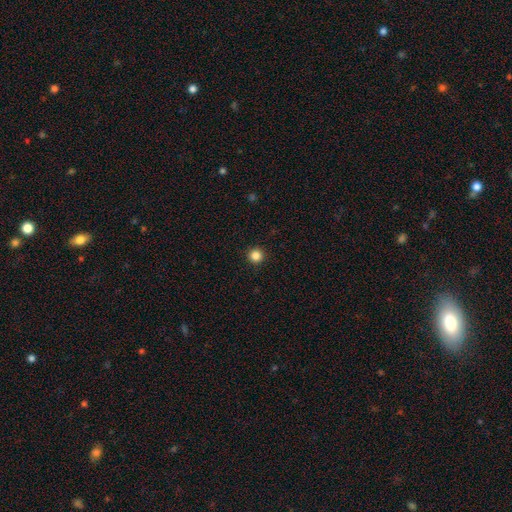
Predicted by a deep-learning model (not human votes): smooth 85%, star or artifact 12%, featured or disk 3%. Down the decision tree: how rounded — round (96%); merging — none (94%).